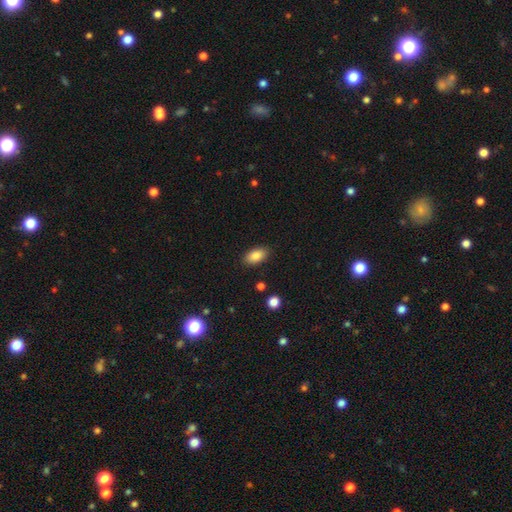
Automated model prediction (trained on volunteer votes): Smooth or featured? smooth (86%)
How rounded? in between (92%)
Merging? none (87%)